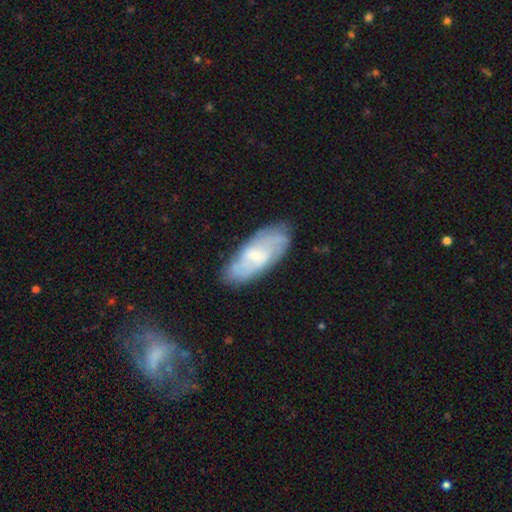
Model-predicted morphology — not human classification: A featured or disk galaxy (52%).

Vote fractions:
- Smooth or featured? featured or disk: 52% / smooth: 41% / star or artifact: 7%
- Edge-on disk? no: 86% / yes: 14%
- Merging? none: 72% / minor disturbance: 20% / major disturbance: 6% / merger: 2%